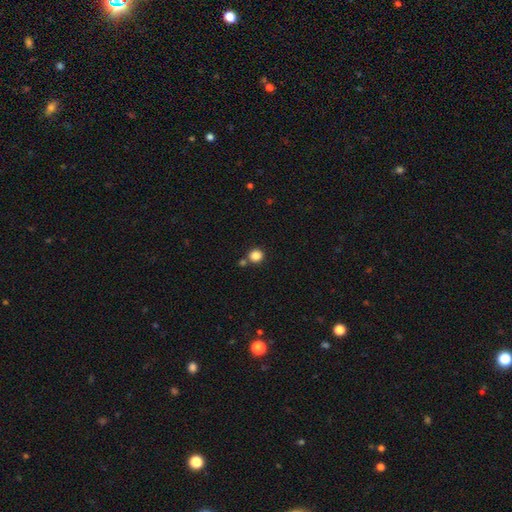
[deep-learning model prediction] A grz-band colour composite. It shows a smooth galaxy with no disk features (85%) that is round (90%). Merging: none (74%).